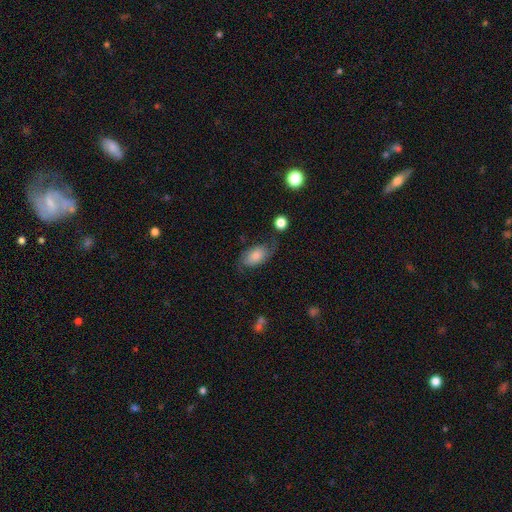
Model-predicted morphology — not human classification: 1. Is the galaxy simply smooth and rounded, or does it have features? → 61% smooth, 31% featured or disk, 8% star or artifact.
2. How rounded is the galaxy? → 91% in between, 7% round, 3% cigar-shaped.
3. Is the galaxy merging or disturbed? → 57% none, 27% minor disturbance, 13% major disturbance, 4% merger.